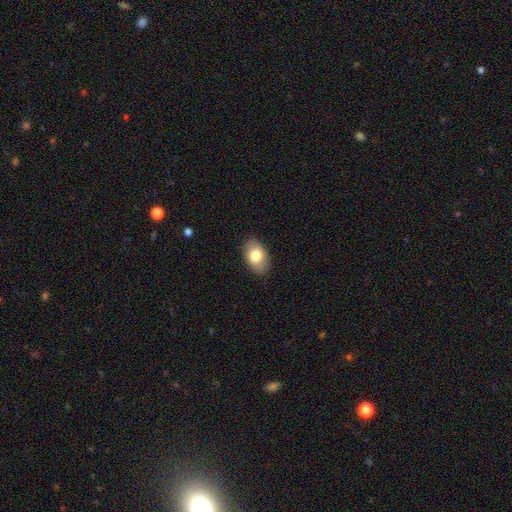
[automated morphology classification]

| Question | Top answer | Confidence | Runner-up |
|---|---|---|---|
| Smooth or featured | smooth | 78% | featured or disk (15%) |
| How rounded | in between | 90% | round (9%) |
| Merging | none | 86% | minor disturbance (10%) |